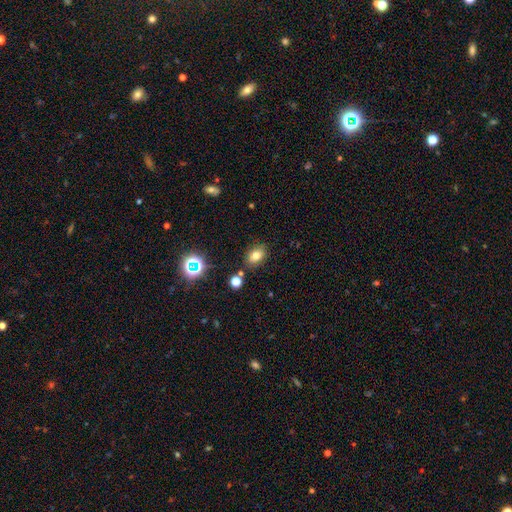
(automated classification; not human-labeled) Q: Smooth or featured?
A: smooth (74%); runner-up: star or artifact (16%)
Q: How rounded?
A: in between (75%); runner-up: round (23%)
Q: Merging?
A: none (79%); runner-up: minor disturbance (12%)